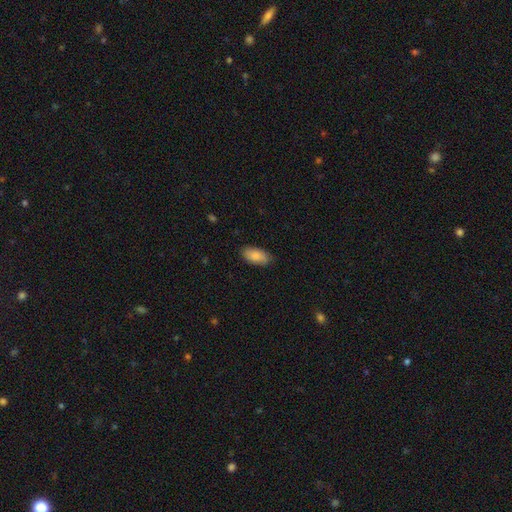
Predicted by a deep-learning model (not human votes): Smooth or featured? smooth (86%)
How rounded? in between (92%)
Merging? none (84%)